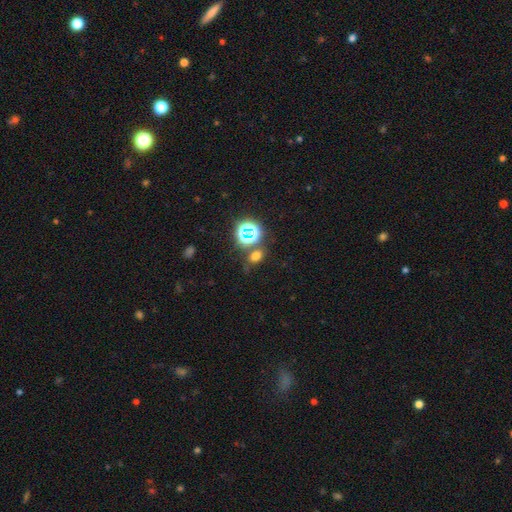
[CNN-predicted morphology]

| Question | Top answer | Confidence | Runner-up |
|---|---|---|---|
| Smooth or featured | smooth | 59% | star or artifact (33%) |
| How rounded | in between | 57% | round (41%) |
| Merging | none | 72% | minor disturbance (12%) |